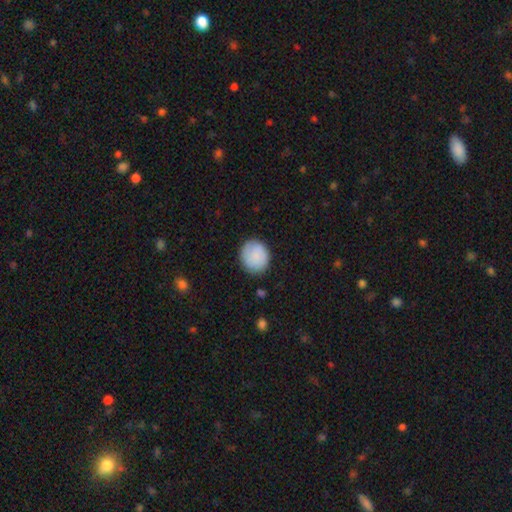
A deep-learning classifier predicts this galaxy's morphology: This appears to be a smooth galaxy with no disk features (85%) that is round (83%). Merging: none (85%).